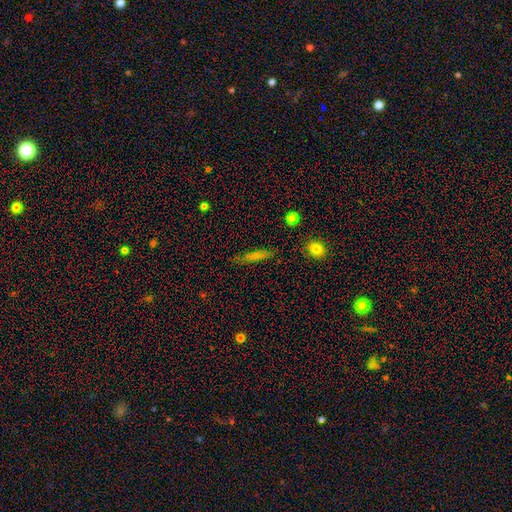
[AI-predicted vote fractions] This appears to be a smooth galaxy with no disk features (68%) that is cigar-shaped (86%). Merging: none (80%).